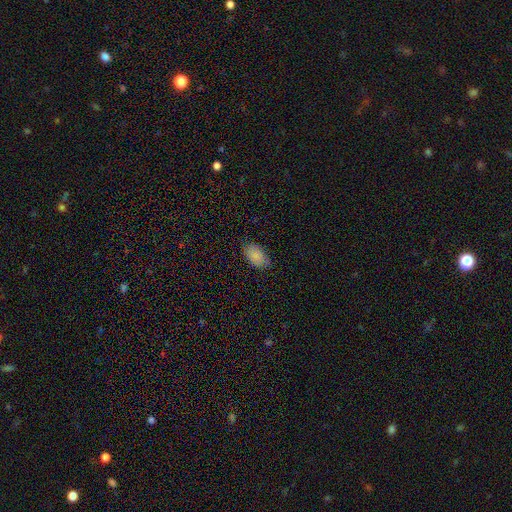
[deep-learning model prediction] This is clearly a smooth galaxy (85%). How rounded: clearly in between (92%). Merging: likely none (78%).